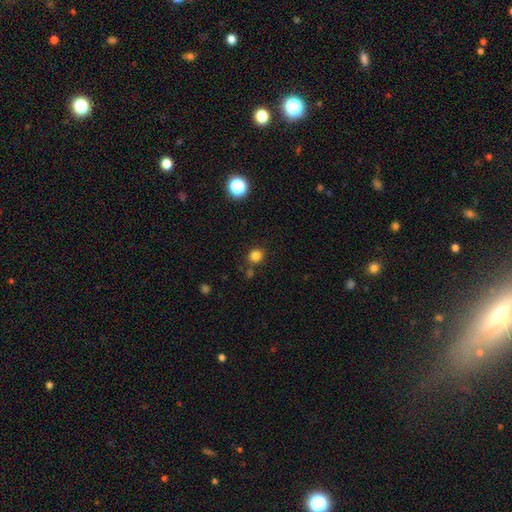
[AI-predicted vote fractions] Smooth or featured?
  - smooth: 82% *
  - star or artifact: 14%
  - featured or disk: 4%
How rounded?
  - round: 83% *
  - in between: 16%
  - cigar-shaped: 1%
Merging?
  - none: 80% *
  - minor disturbance: 10%
  - merger: 7%
  - major disturbance: 3%